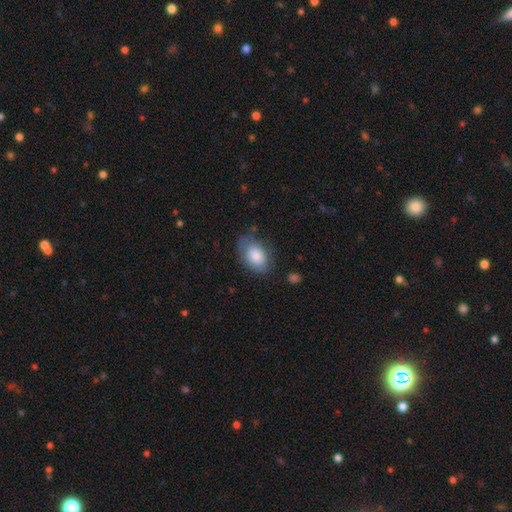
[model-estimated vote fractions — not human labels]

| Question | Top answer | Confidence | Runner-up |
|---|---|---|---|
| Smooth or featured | smooth | 78% | featured or disk (16%) |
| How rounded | in between | 86% | round (13%) |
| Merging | none | 64% | minor disturbance (25%) |